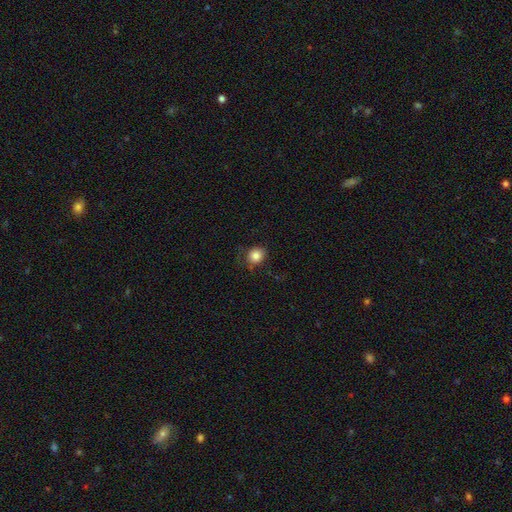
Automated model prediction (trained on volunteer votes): Smooth or featured?
  - smooth: 83% *
  - star or artifact: 10%
  - featured or disk: 7%
How rounded?
  - round: 74% *
  - in between: 25%
  - cigar-shaped: 1%
Merging?
  - none: 74% *
  - minor disturbance: 18%
  - major disturbance: 6%
  - merger: 2%